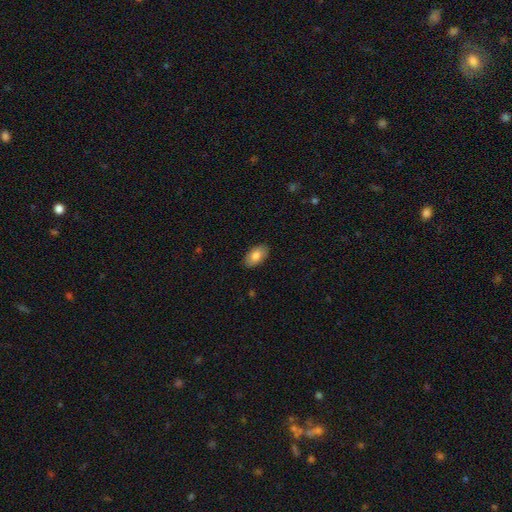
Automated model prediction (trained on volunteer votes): smooth_or_featured: smooth (p=0.81) [alt: featured or disk p=0.12]
how_rounded: in between (p=0.94) [alt: round p=0.05]
merging: none (p=0.88) [alt: minor disturbance p=0.09]